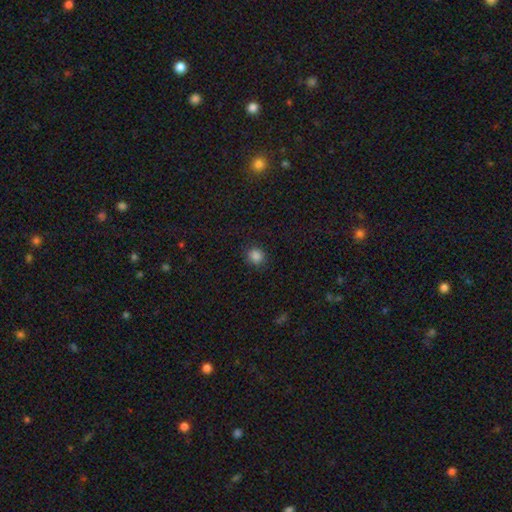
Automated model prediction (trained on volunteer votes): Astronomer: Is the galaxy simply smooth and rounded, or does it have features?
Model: smooth — 85%.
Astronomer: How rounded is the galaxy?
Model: round — 84%.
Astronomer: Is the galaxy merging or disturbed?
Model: none — 89%.